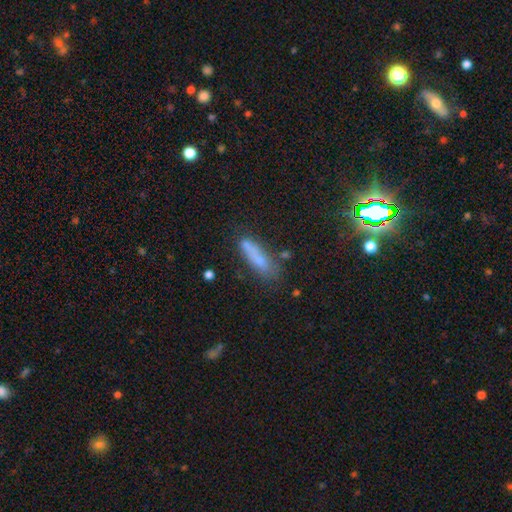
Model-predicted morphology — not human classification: smooth-or-featured: smooth: 62% | featured or disk: 23% | star or artifact: 15%
  how-rounded: cigar-shaped: 63% | in between: 33% | round: 4%
  merging: none: 60% | minor disturbance: 21% | merger: 11% | major disturbance: 8%